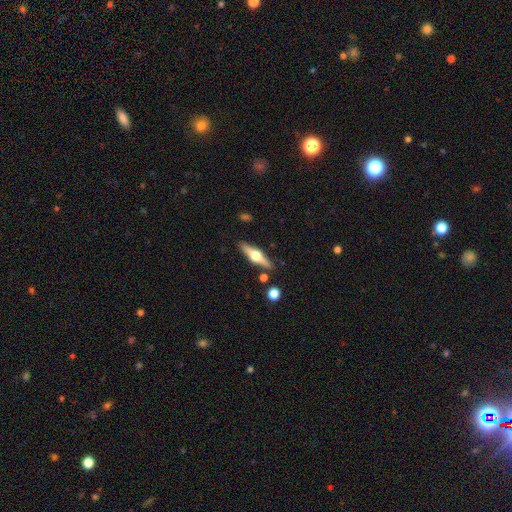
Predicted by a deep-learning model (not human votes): The model was most divided on "smooth or featured": featured or disk: 64%, smooth: 30%, star or artifact: 6%. More confident: edge-on disk — yes (96%); edge-on bulge — rounded (95%); merging — none (86%).